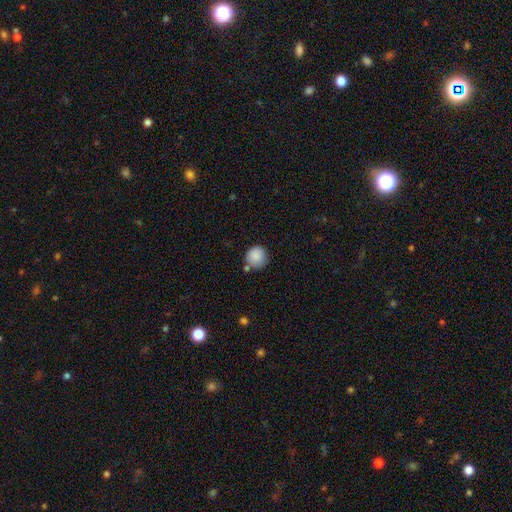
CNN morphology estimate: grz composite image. It shows a smooth galaxy with no disk features (87%) that is round (91%). Merging: none (71%).